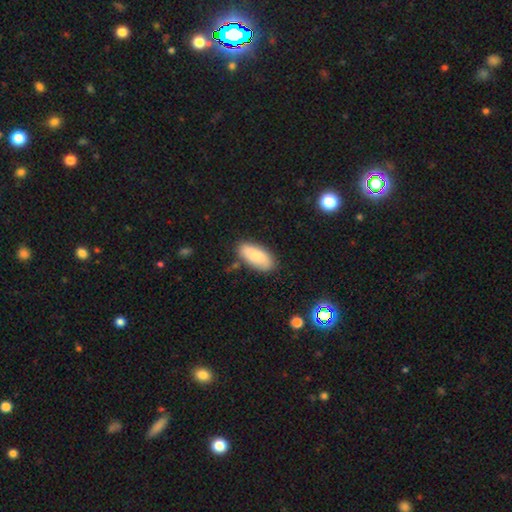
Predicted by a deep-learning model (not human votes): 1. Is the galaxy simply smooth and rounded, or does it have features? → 76% smooth, 18% featured or disk, 6% star or artifact.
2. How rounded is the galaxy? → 91% in between, 7% cigar-shaped, 2% round.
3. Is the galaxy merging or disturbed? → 81% none, 13% minor disturbance, 3% merger, 3% major disturbance.